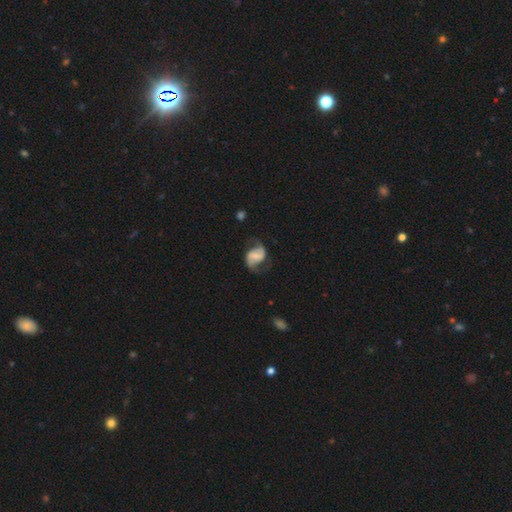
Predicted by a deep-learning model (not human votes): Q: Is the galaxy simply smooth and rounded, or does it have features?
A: featured or disk — 78%.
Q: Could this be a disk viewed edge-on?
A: no — 98%.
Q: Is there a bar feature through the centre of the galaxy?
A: weak — 43%.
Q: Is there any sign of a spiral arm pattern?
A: yes — 93%.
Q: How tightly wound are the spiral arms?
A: medium — 45%.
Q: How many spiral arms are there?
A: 2 — 91%.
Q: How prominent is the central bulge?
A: small — 46%.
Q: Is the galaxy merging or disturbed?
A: none — 65%.